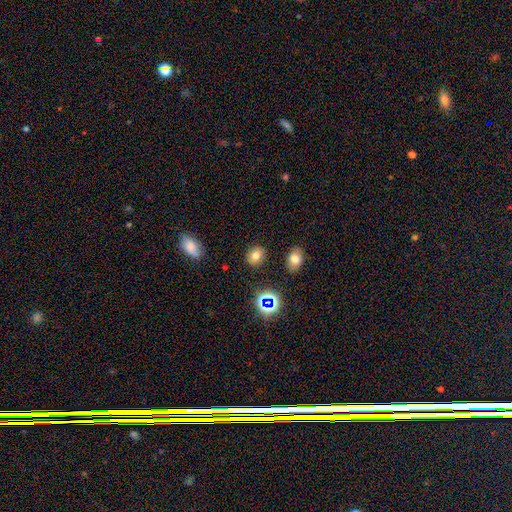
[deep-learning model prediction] smooth_or_featured: smooth (p=0.72) [alt: star or artifact p=0.17]
how_rounded: round (p=0.57) [alt: in between p=0.42]
merging: none (p=0.86) [alt: minor disturbance p=0.09]